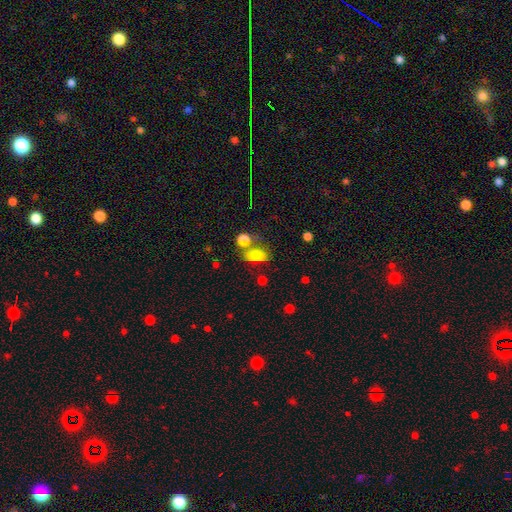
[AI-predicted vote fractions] This is likely a smooth galaxy (74%). How rounded: clearly in between (83%). Merging: possibly none (48%).